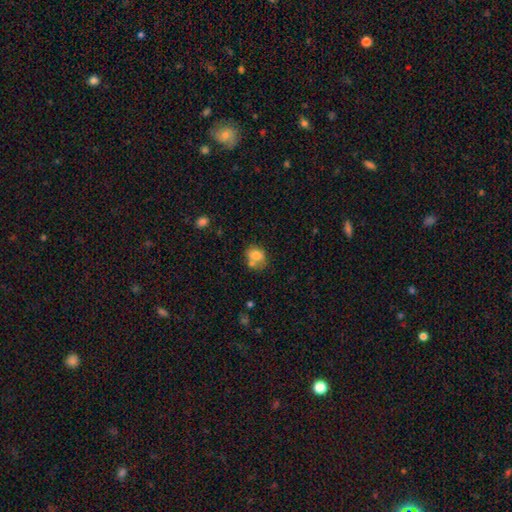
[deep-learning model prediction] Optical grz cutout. It shows a smooth galaxy with no disk features (77%) that is in between round and cigar-shaped (50%). Merging: none (49%).